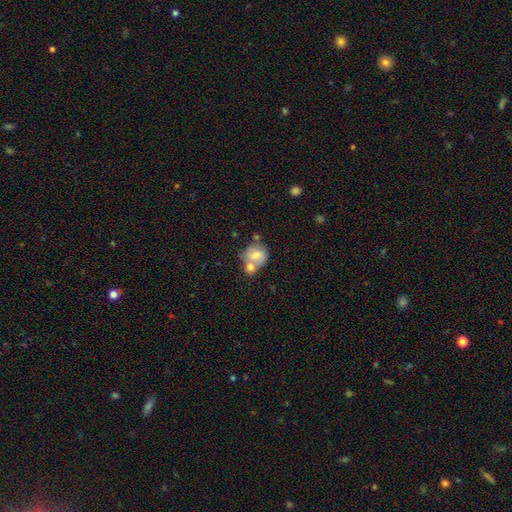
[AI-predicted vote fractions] Morphology: type=smooth (67%); roundness=round (70%); merging=merger (52%).